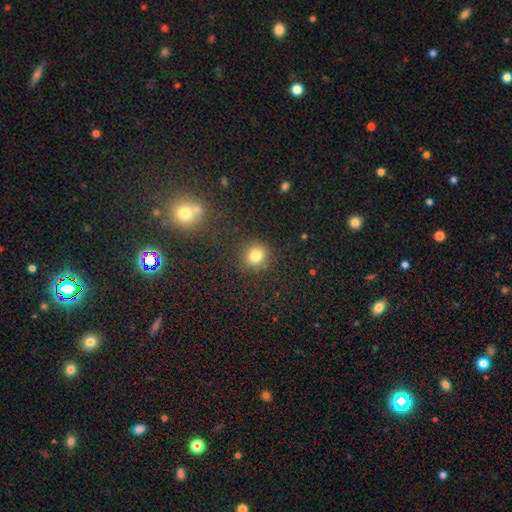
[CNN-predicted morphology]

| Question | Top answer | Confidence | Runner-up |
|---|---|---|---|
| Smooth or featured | smooth | 81% | star or artifact (13%) |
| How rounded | round | 85% | in between (14%) |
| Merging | none | 85% | minor disturbance (9%) |